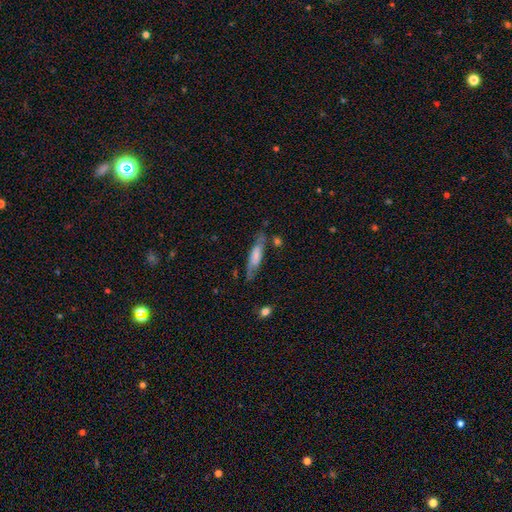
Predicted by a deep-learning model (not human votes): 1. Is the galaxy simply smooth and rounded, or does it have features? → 55% smooth, 39% featured or disk, 6% star or artifact.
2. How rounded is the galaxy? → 65% cigar-shaped, 34% in between, 2% round.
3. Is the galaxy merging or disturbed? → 67% none, 21% minor disturbance, 8% major disturbance, 4% merger.